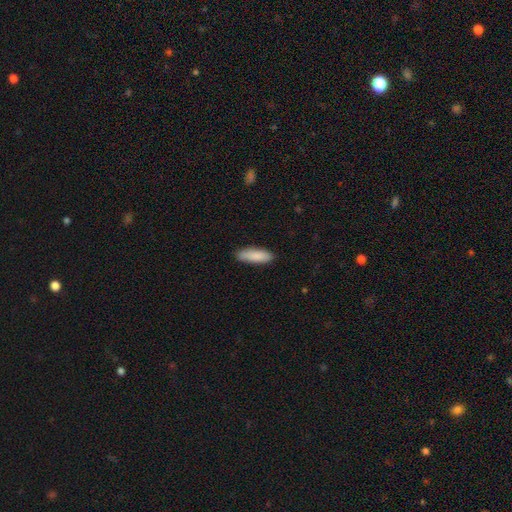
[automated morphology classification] Overall: smooth (88%). How rounded: in between (52%; cigar-shaped 47%). Merging: none (85%).